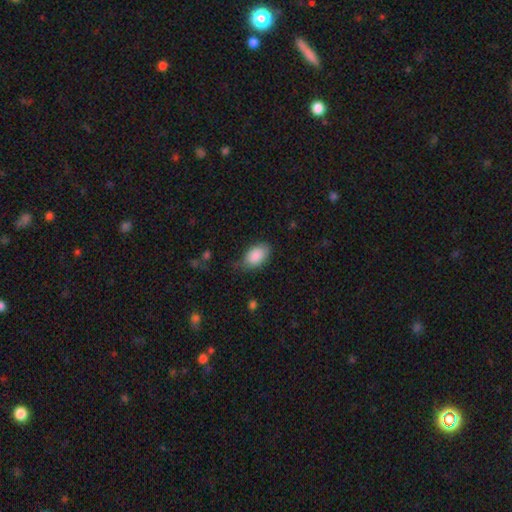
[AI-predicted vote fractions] Smooth or featured?
  - smooth: 88% *
  - star or artifact: 7%
  - featured or disk: 5%
How rounded?
  - in between: 91% *
  - round: 7%
  - cigar-shaped: 1%
Merging?
  - none: 69% *
  - minor disturbance: 23%
  - major disturbance: 6%
  - merger: 2%